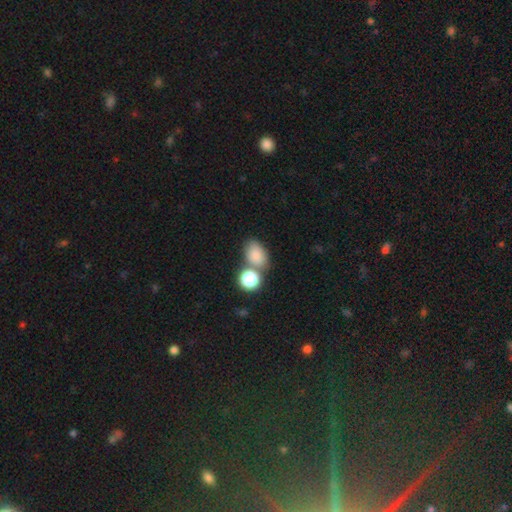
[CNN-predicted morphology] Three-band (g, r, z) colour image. It shows a smooth galaxy with no disk features (82%) that is in between round and cigar-shaped (75%). Merging: none (50%).